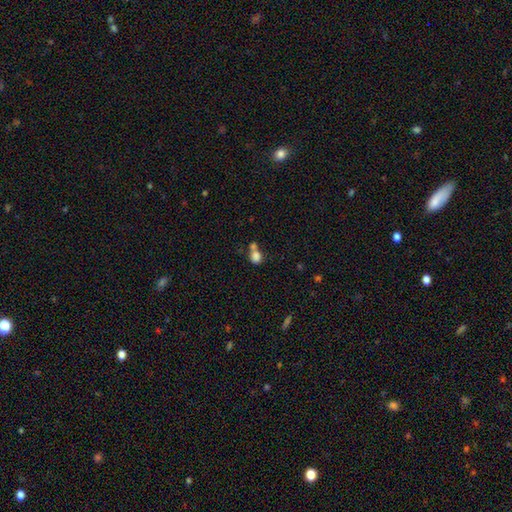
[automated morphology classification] smooth_or_featured: smooth (p=0.80) [alt: star or artifact p=0.11]
how_rounded: round (p=0.54) [alt: in between p=0.44]
merging: merger (p=0.52) [alt: none p=0.32]